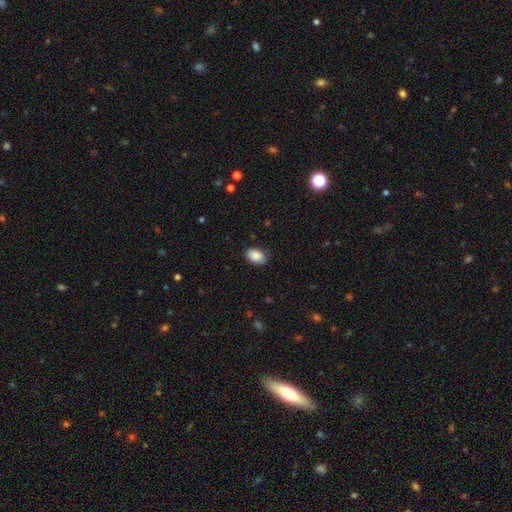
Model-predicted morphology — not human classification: smooth_or_featured: smooth (p=0.87) [alt: star or artifact p=0.07]
how_rounded: in between (p=0.86) [alt: round p=0.13]
merging: none (p=0.74) [alt: minor disturbance p=0.21]